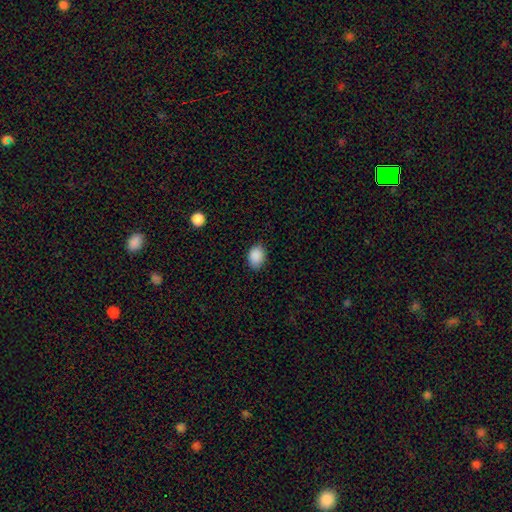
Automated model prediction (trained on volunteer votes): smooth 89%, star or artifact 8%, featured or disk 3%. Down the decision tree: how rounded — in between (74%); merging — none (83%).